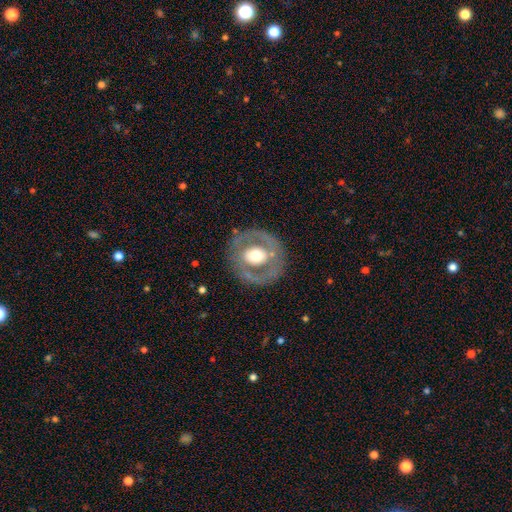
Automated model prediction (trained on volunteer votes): A featured or disk galaxy (61%) with no bar (67%), no spiral arms (75%) and a moderate central bulge (57%).

Vote fractions:
- Smooth or featured? featured or disk: 61% / smooth: 33% / star or artifact: 6%
- Edge-on disk? no: 95% / yes: 5%
- Bar? no: 67% / weak: 21% / strong: 11%
- Spiral arms? no: 75% / yes: 25%
- Bulge size? moderate: 57% / large: 33% / small: 6% / dominant: 3% / none: 1%
- Merging? none: 78% / minor disturbance: 12% / major disturbance: 9% / merger: 2%